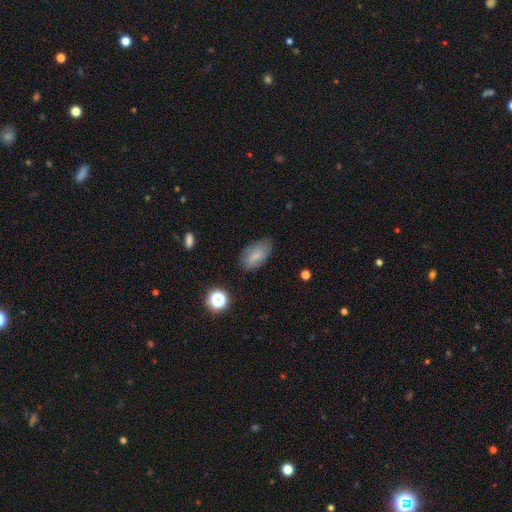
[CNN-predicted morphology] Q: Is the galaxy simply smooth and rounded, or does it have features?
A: smooth — 76%.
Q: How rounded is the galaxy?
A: in between — 91%.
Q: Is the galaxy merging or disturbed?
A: none — 69%.